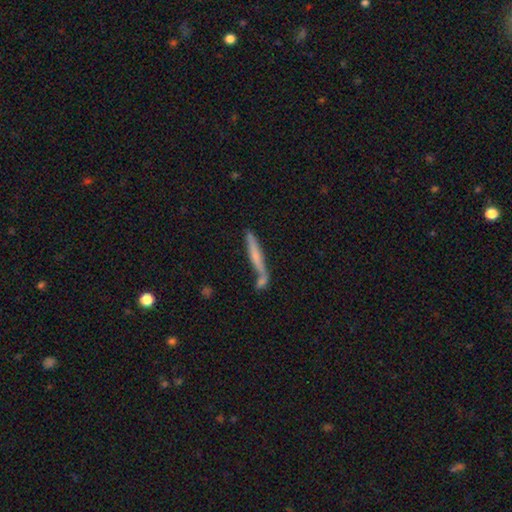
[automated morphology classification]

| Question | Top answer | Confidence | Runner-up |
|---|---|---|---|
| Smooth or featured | smooth | 51% | featured or disk (42%) |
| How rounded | cigar-shaped | 94% | in between (5%) |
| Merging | none | 61% | merger (21%) |